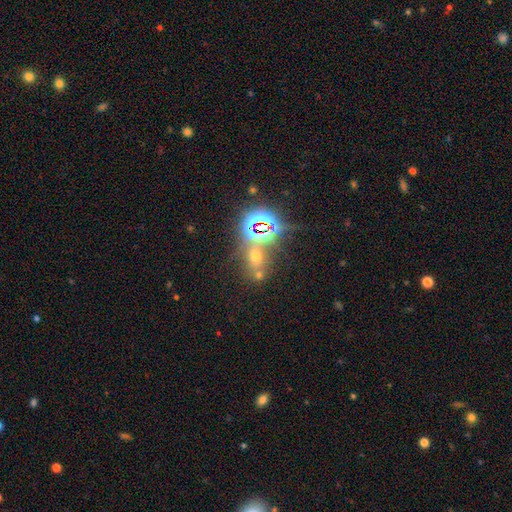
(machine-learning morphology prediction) Smooth or featured?
  - star or artifact: 61% *
  - smooth: 28%
  - featured or disk: 12%